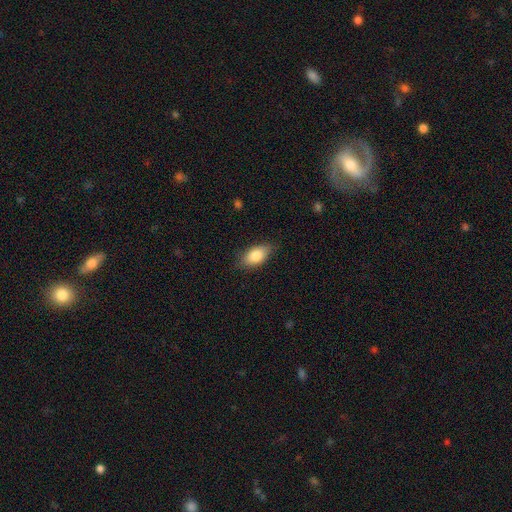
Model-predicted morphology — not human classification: Smooth or featured?
  - smooth: 83% *
  - featured or disk: 10%
  - star or artifact: 7%
How rounded?
  - in between: 91% *
  - cigar-shaped: 5%
  - round: 4%
Merging?
  - none: 79% *
  - minor disturbance: 17%
  - major disturbance: 3%
  - merger: 1%